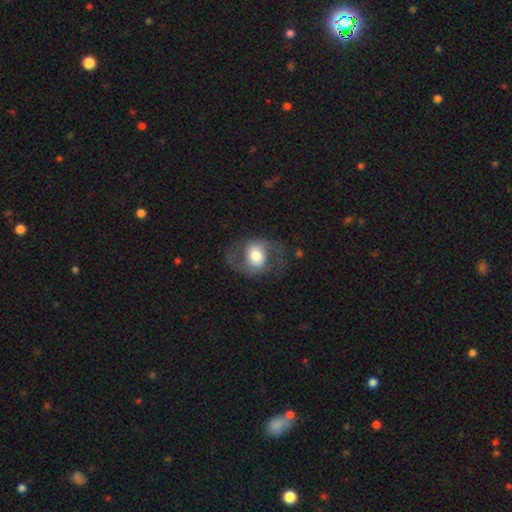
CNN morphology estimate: type=featured or disk (71%); edge-on=no (97%); bar=no (52%); spiral arms=yes (87%); winding=medium (50%); arm count=2 (91%); bulge=moderate (55%); merging=none (71%).